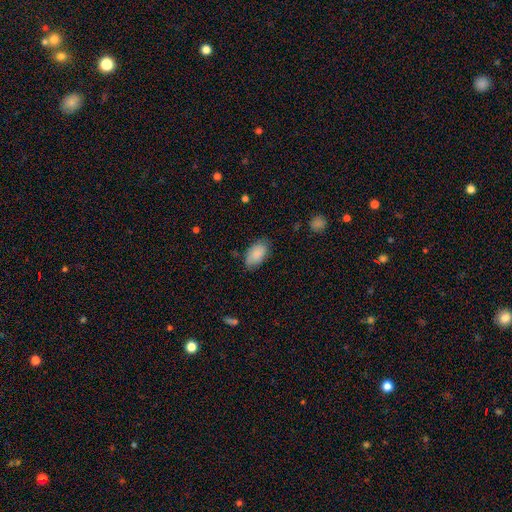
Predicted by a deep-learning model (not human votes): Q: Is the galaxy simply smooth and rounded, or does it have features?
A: smooth — 83%.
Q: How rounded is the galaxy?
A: in between — 93%.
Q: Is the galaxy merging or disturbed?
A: none — 80%.